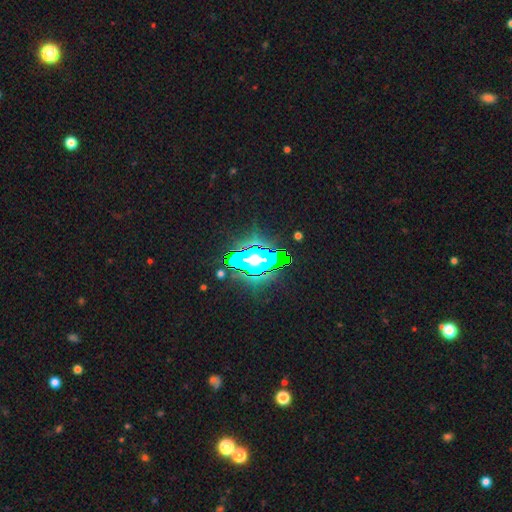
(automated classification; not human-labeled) Morphology: type=star or artifact (81%).